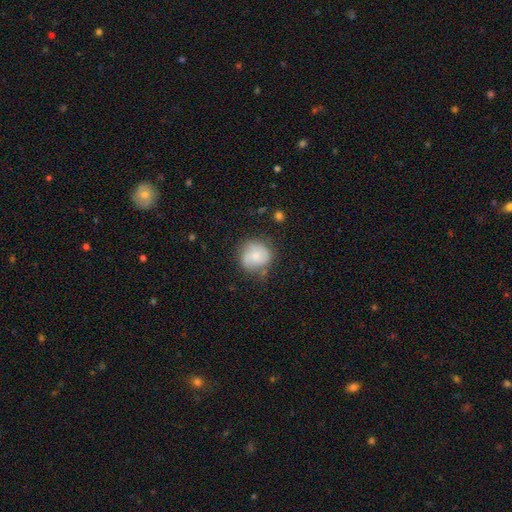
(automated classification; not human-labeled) This appears to be a smooth galaxy with no disk features (56%) that is round (84%). Merging: none (64%).